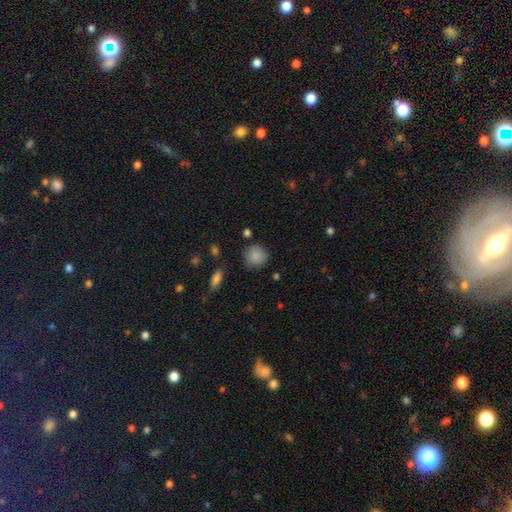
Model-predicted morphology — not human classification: type=smooth (86%); roundness=round (88%); merging=none (77%).